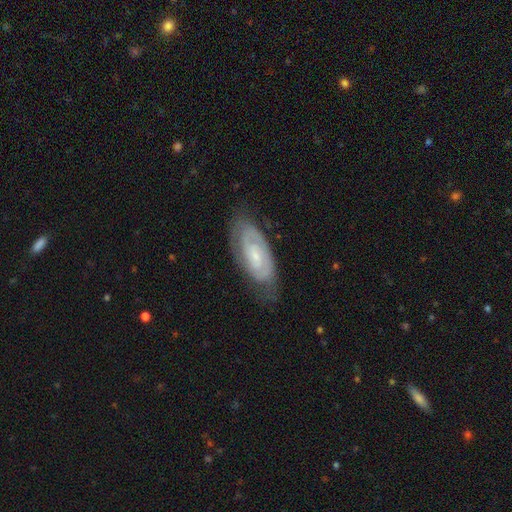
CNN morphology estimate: Smooth or featured? featured or disk (76%)
Edge-on disk? no (93%)
Bar? no (48%)
Spiral arms? yes (90%)
Spiral winding? tight (62%)
Spiral arm count? 2 (58%)
Bulge size? small (71%)
Merging? none (70%)